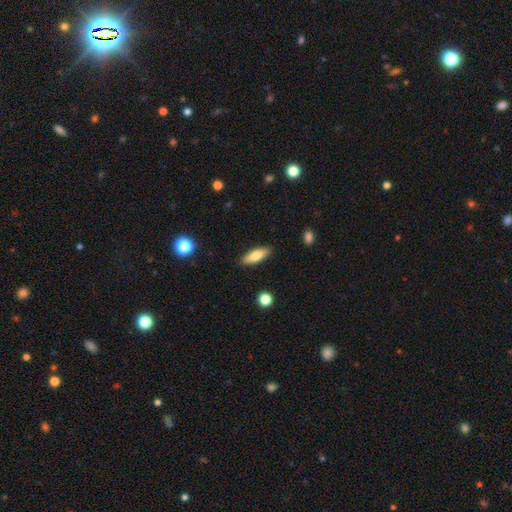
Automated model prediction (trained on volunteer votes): A smooth galaxy with no disk features (73%) that is in between round and cigar-shaped (56%).

Vote fractions:
- Smooth or featured? smooth: 73% / featured or disk: 21% / star or artifact: 6%
- How rounded? in between: 56% / cigar-shaped: 42% / round: 2%
- Merging? none: 88% / minor disturbance: 9% / major disturbance: 2% / merger: 1%